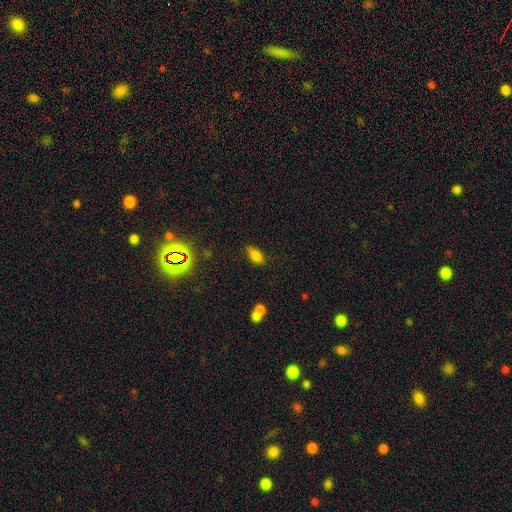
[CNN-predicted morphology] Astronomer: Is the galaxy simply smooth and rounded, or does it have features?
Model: smooth — 76%.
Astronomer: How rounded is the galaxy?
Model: in between — 82%.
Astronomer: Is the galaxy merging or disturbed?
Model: none — 76%.